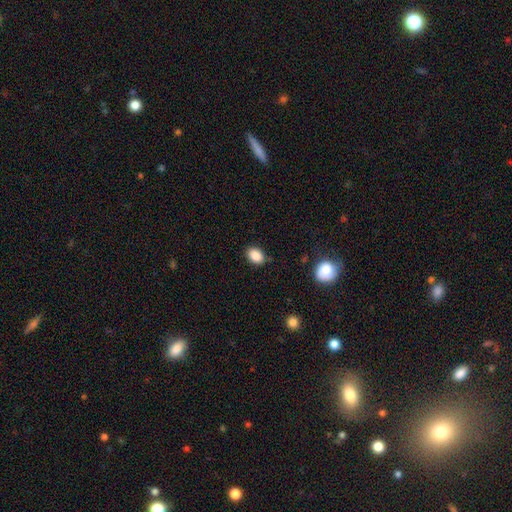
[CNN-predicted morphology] A smooth galaxy with no disk features (87%) that is in between round and cigar-shaped (78%).

Vote fractions:
- Smooth or featured? smooth: 87% / star or artifact: 9% / featured or disk: 4%
- How rounded? in between: 78% / round: 21% / cigar-shaped: 1%
- Merging? none: 84% / minor disturbance: 12% / major disturbance: 3% / merger: 2%